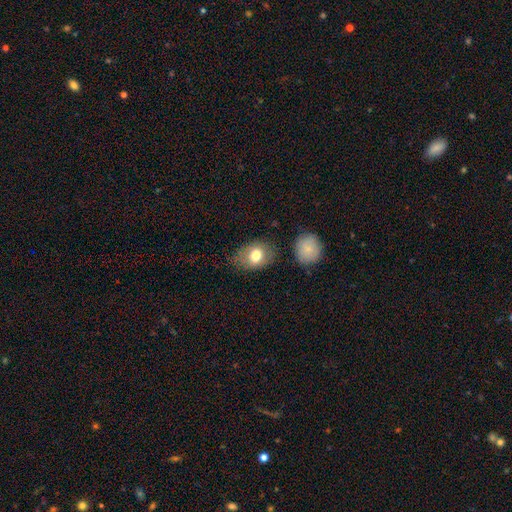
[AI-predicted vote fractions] Overall: smooth (76%). How rounded: in between (60%; round 39%). Merging: none (71%).